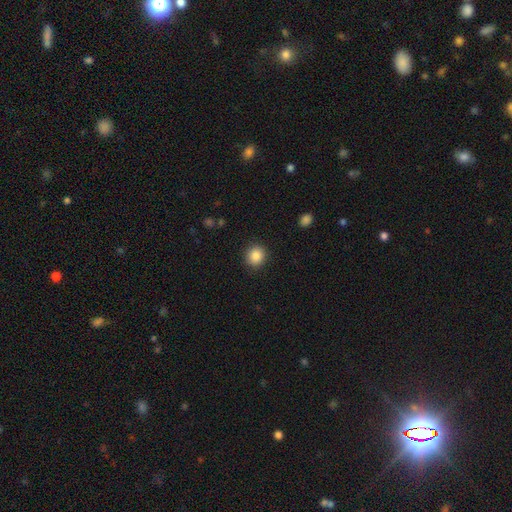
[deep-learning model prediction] Smooth or featured? smooth (87%)
How rounded? round (86%)
Merging? none (90%)